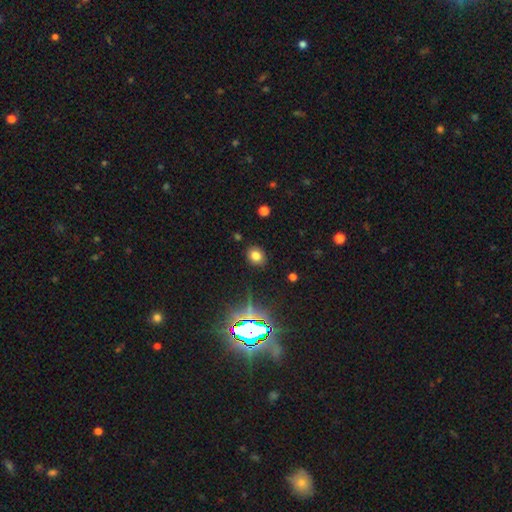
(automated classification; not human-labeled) This is likely a smooth galaxy (74%). How rounded: possibly round (55%). Merging: clearly none (88%).